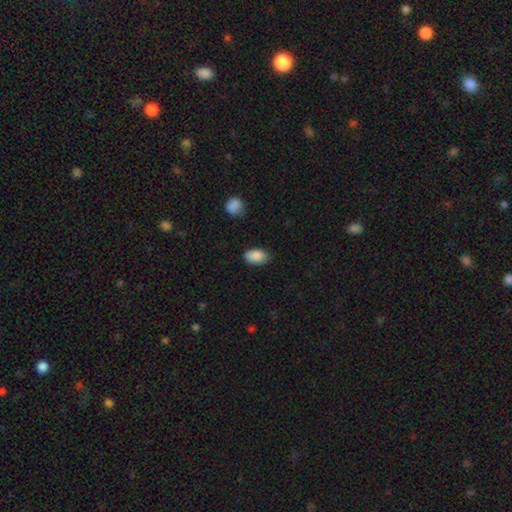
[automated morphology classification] Smooth or featured: smooth — 89% (star or artifact — 7%)
How rounded: in between — 92% (round — 6%)
Merging: none — 82% (minor disturbance — 14%)